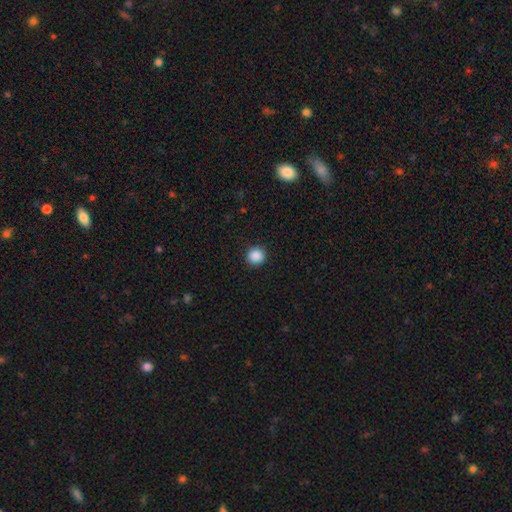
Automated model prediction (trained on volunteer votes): smooth 88%, star or artifact 10%, featured or disk 2%. Down the decision tree: how rounded — round (93%); merging — none (92%).